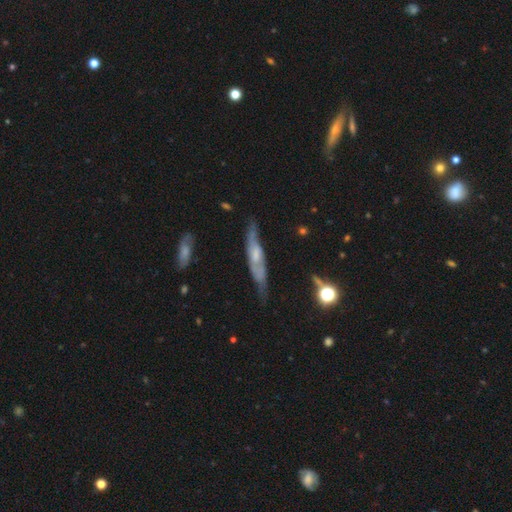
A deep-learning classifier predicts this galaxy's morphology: Smooth or featured?
  - featured or disk: 67% *
  - smooth: 26%
  - star or artifact: 7%
Edge-on disk?
  - yes: 57% *
  - no: 43%
Merging?
  - none: 62% *
  - minor disturbance: 26%
  - major disturbance: 9%
  - merger: 3%